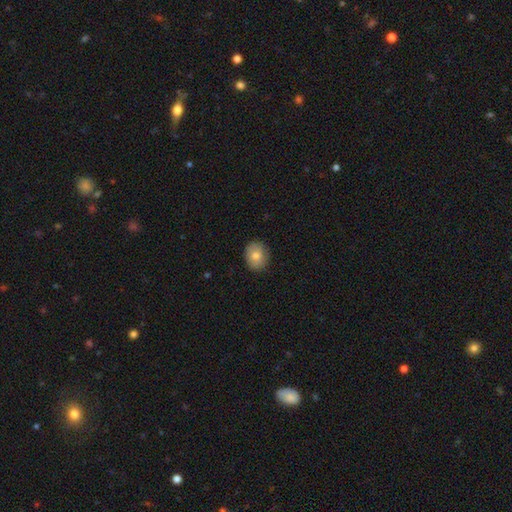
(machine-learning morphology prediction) type=smooth (80%); roundness=round (60%); merging=none (87%).